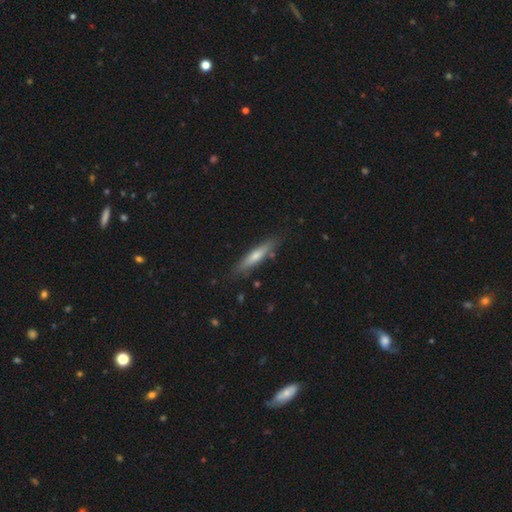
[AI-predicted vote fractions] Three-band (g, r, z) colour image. It shows a smooth galaxy with no disk features (53%) that is cigar-shaped (87%). Merging: none (84%).